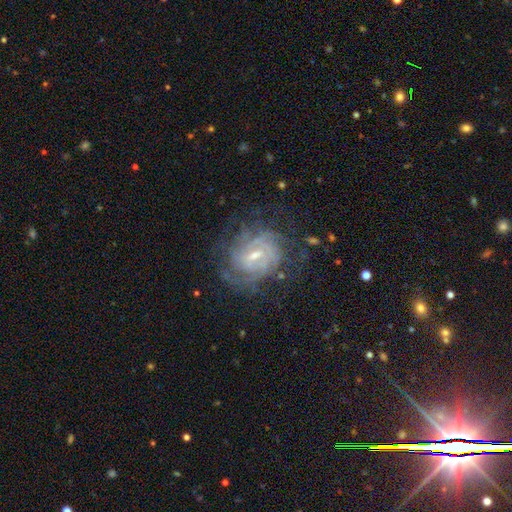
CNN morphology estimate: This appears to be a featured or disk galaxy (83%) with a weak bar (58%), tight (69%) spiral arms (91%) and a small central bulge (56%). Merging: none (66%).